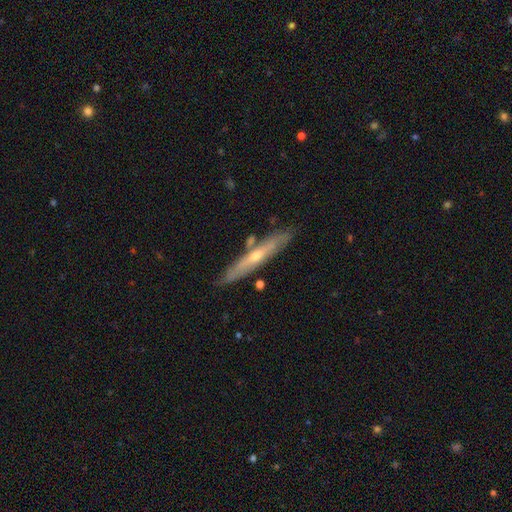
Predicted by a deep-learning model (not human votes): Smooth or featured? featured or disk (63%)
Edge-on disk? yes (82%)
Edge-on bulge? rounded (72%)
Merging? none (78%)